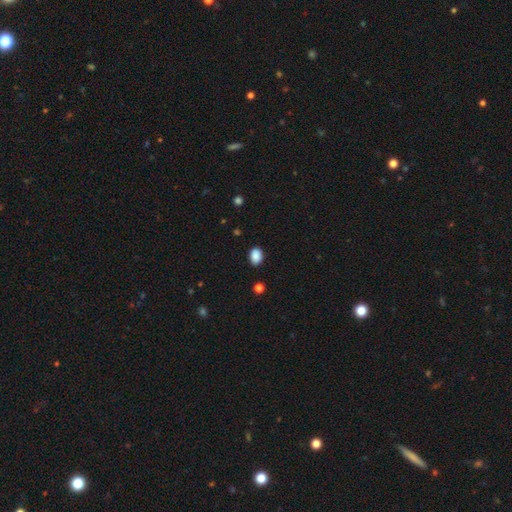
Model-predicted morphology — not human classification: A smooth galaxy with no disk features (88%) that is in between round and cigar-shaped (75%). Merging: none (87%).